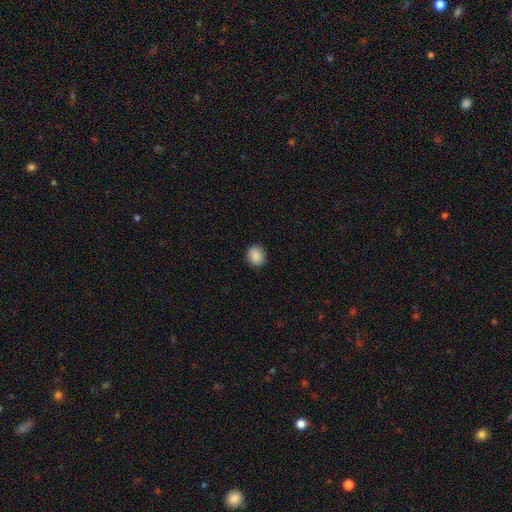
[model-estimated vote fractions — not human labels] Morphology: type=smooth (89%); roundness=round (65%); merging=none (89%).